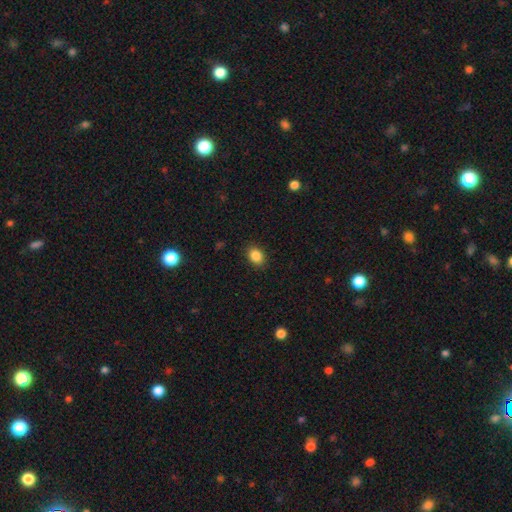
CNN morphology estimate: smooth-or-featured: smooth: 87% | star or artifact: 10% | featured or disk: 4%
  how-rounded: in between: 64% | round: 35% | cigar-shaped: 1%
  merging: none: 89% | minor disturbance: 8% | major disturbance: 2% | merger: 1%